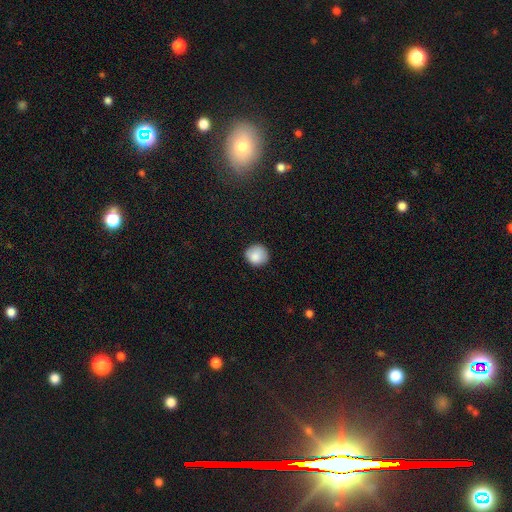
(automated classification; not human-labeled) smooth-or-featured: smooth: 86% | star or artifact: 8% | featured or disk: 5%
  how-rounded: round: 91% | in between: 8% | cigar-shaped: 1%
  merging: none: 85% | minor disturbance: 12% | major disturbance: 2% | merger: 1%